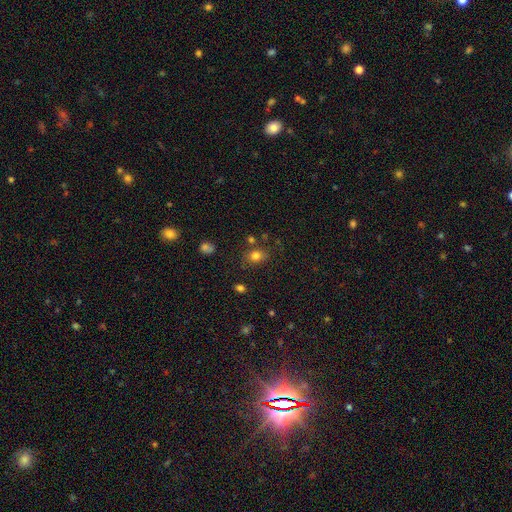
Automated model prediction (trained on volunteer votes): smooth 79%, star or artifact 13%, featured or disk 8%. Down the decision tree: how rounded — round (51%); merging — none (71%).